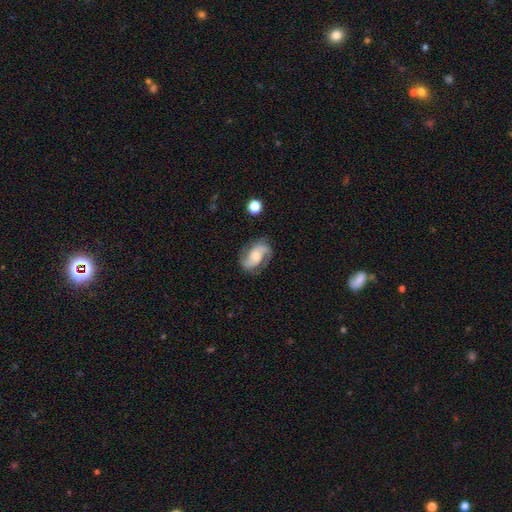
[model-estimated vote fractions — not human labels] A featured or disk galaxy (77%) with no bar (53%), 2 (80%) medium (46%) spiral arms (94%) and a moderate central bulge (56%).

Vote fractions:
- Smooth or featured? featured or disk: 77% / smooth: 17% / star or artifact: 7%
- Edge-on disk? no: 97% / yes: 3%
- Bar? no: 53% / weak: 35% / strong: 12%
- Spiral arms? yes: 94% / no: 6%
- Spiral winding? medium: 46% / loose: 35% / tight: 19%
- Spiral arm count? 2: 80% / 3: 7% / can't tell: 6% / 1: 3% / 4: 2% / more than 4: 2%
- Bulge size? moderate: 56% / small: 31% / large: 8% / none: 4% / dominant: 2%
- Merging? none: 72% / minor disturbance: 18% / major disturbance: 8% / merger: 2%